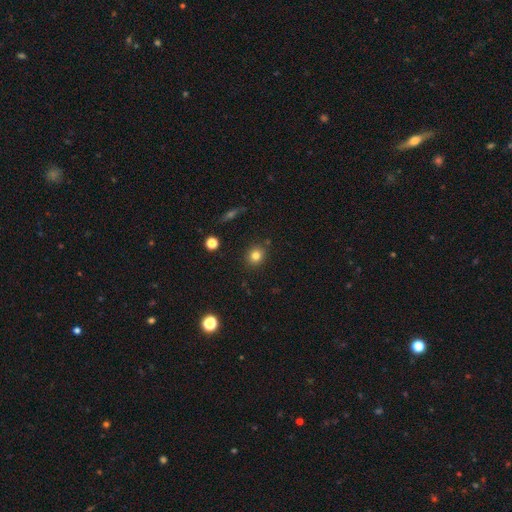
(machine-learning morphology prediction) smooth-or-featured: smooth: 81% | star or artifact: 12% | featured or disk: 7%
  how-rounded: round: 74% | in between: 24% | cigar-shaped: 1%
  merging: none: 87% | minor disturbance: 8% | merger: 3% | major disturbance: 2%